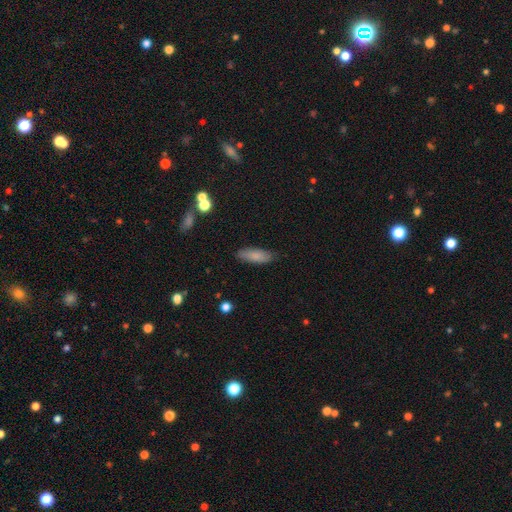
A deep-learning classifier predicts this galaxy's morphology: The model was most divided on "how rounded": in between: 59%, cigar-shaped: 39%, round: 2%. More confident: merging — none (83%); smooth or featured — smooth (83%).